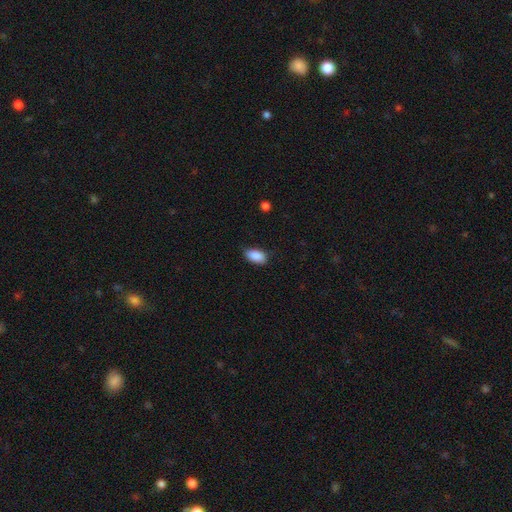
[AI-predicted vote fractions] This appears to be a smooth galaxy with no disk features (89%) that is in between round and cigar-shaped (92%). Merging: none (78%).